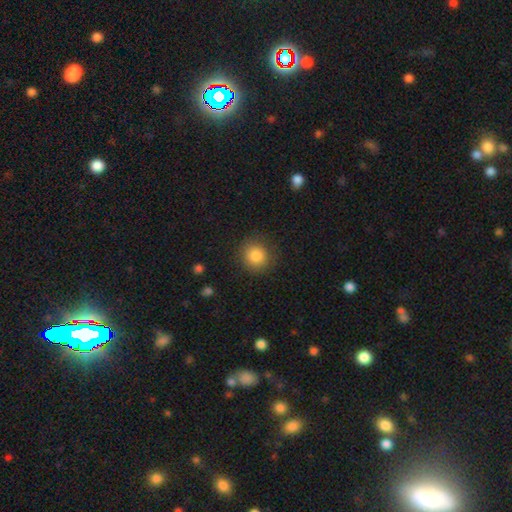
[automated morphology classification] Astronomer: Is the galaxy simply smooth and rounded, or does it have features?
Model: smooth — 85%.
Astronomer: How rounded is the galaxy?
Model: round — 88%.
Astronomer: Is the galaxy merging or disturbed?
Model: none — 86%.